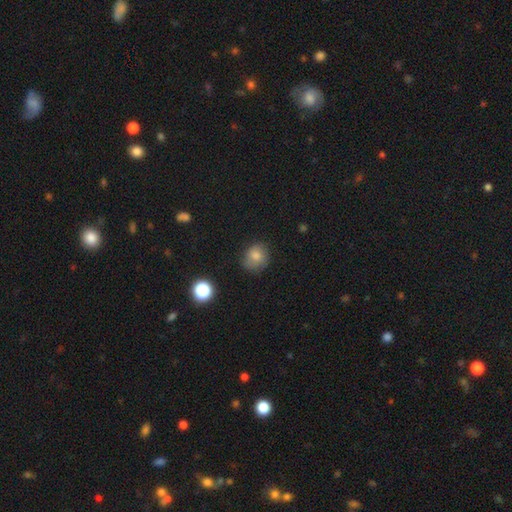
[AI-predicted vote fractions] This is likely a smooth galaxy (78%). How rounded: likely round (72%). Merging: likely none (69%).